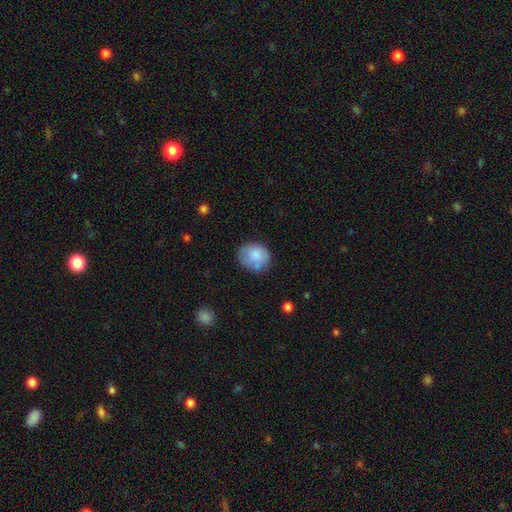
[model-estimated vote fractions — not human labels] Smooth or featured? Predicted: smooth (p=0.77). How rounded? Predicted: round (p=0.66). Merging? Predicted: none (p=0.63).